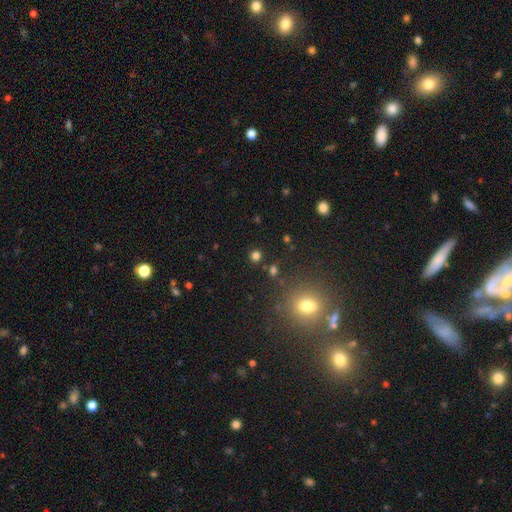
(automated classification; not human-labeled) A smooth galaxy with no disk features (74%) that is round (88%).

Vote fractions:
- Smooth or featured? smooth: 74% / star or artifact: 21% / featured or disk: 5%
- How rounded? round: 88% / in between: 11% / cigar-shaped: 1%
- Merging? none: 86% / minor disturbance: 7% / merger: 4% / major disturbance: 3%